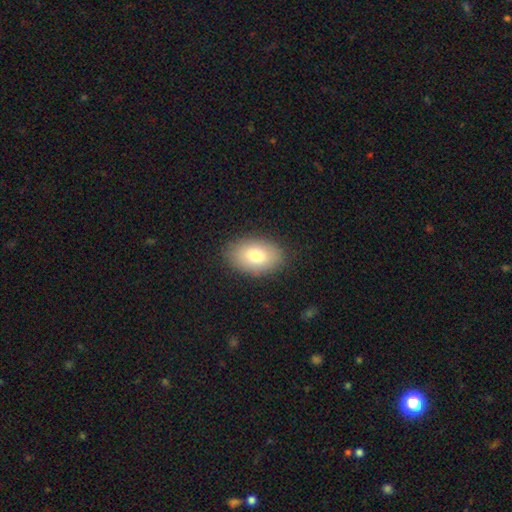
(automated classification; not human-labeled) Q: Smooth or featured?
A: smooth (78%); runner-up: featured or disk (13%)
Q: How rounded?
A: in between (87%); runner-up: round (12%)
Q: Merging?
A: none (86%); runner-up: minor disturbance (10%)